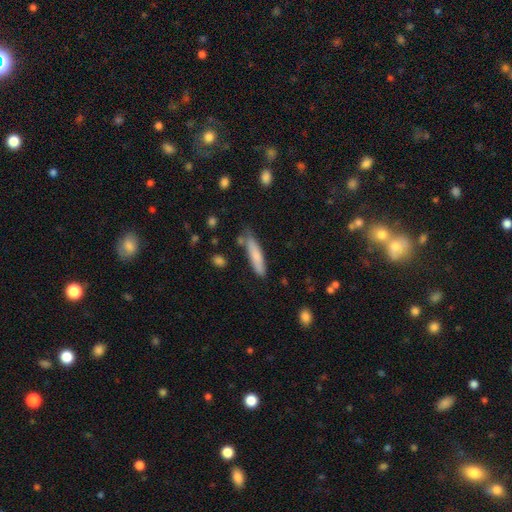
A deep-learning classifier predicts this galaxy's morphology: smooth_or_featured: smooth (p=0.77) [alt: featured or disk p=0.17]
how_rounded: cigar-shaped (p=0.82) [alt: in between p=0.17]
merging: none (p=0.73) [alt: minor disturbance p=0.19]